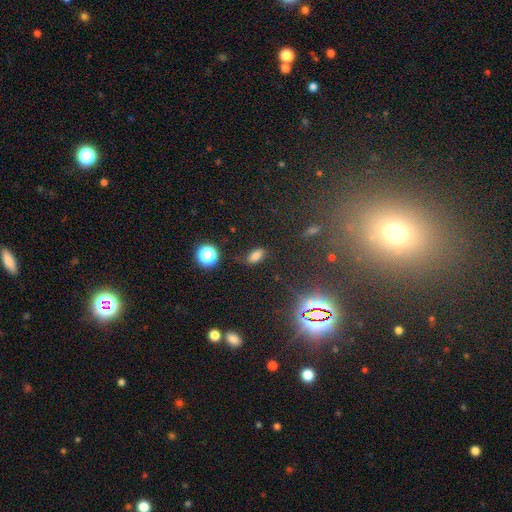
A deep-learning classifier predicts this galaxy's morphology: Overall: smooth (71%). How rounded: in between (85%). Merging: none (78%).